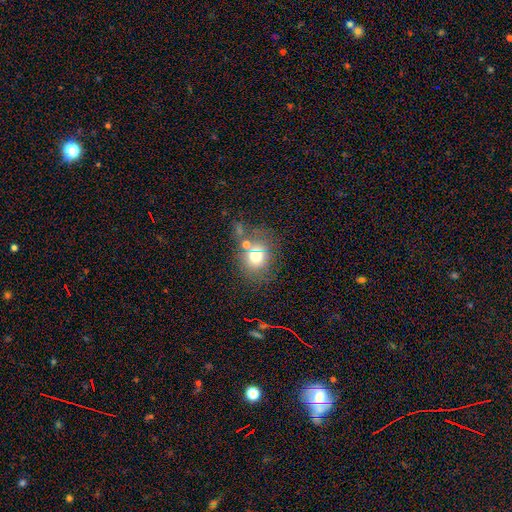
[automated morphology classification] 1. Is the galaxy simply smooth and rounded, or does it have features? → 65% smooth, 18% star or artifact, 16% featured or disk.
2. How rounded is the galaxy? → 71% round, 28% in between, 1% cigar-shaped.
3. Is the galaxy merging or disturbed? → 60% none, 17% merger, 14% minor disturbance, 8% major disturbance.